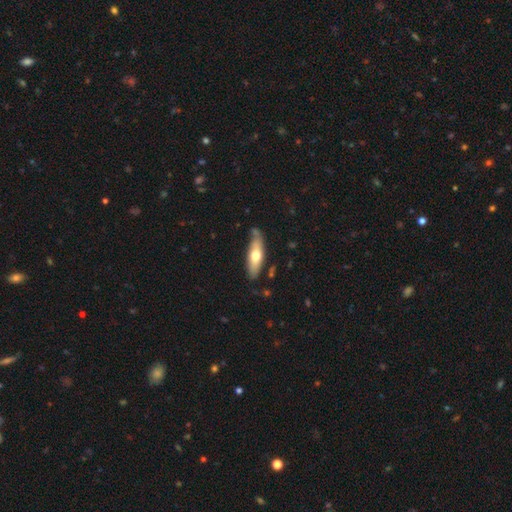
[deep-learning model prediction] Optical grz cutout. It shows a smooth galaxy with no disk features (57%) that is cigar-shaped (51%). Merging: none (70%).